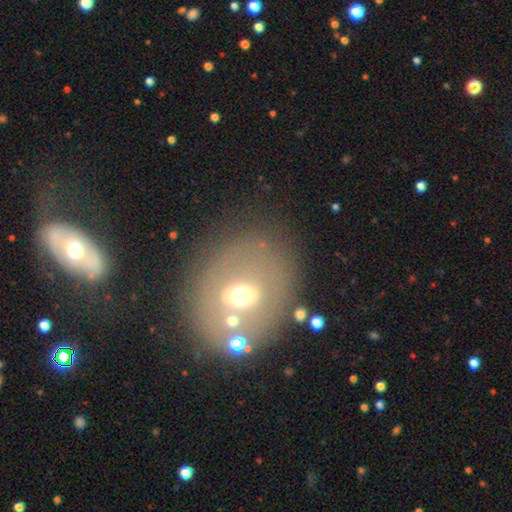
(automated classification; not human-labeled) Overall: featured or disk (42%; smooth 40%). Merging: none (65%).